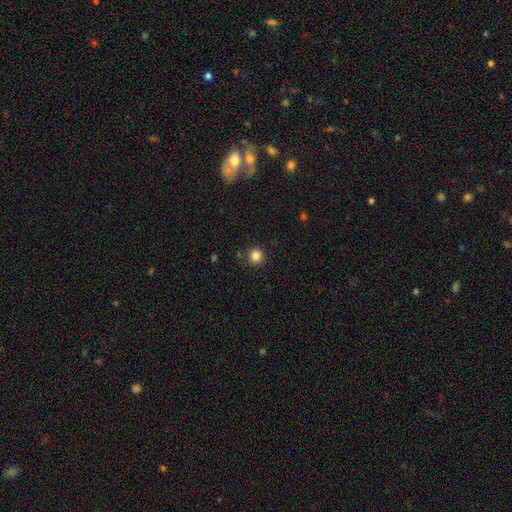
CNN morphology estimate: smooth_or_featured: smooth (p=0.85) [alt: star or artifact p=0.11]
how_rounded: round (p=0.95) [alt: in between p=0.04]
merging: none (p=0.89) [alt: minor disturbance p=0.07]